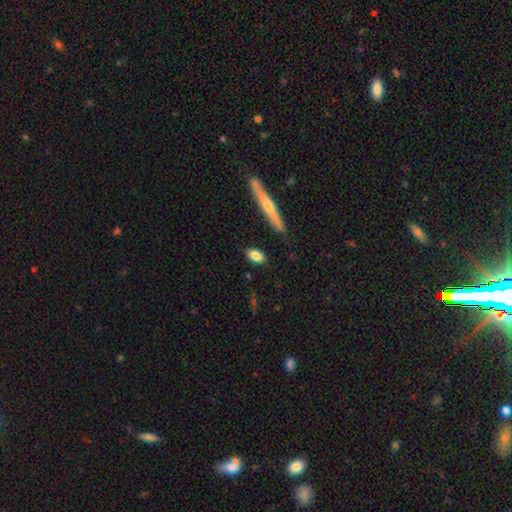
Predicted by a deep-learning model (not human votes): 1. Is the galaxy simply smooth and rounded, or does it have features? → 82% smooth, 11% featured or disk, 7% star or artifact.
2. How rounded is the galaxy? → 82% in between, 9% round, 9% cigar-shaped.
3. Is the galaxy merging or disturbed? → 85% none, 11% minor disturbance, 2% major disturbance, 2% merger.